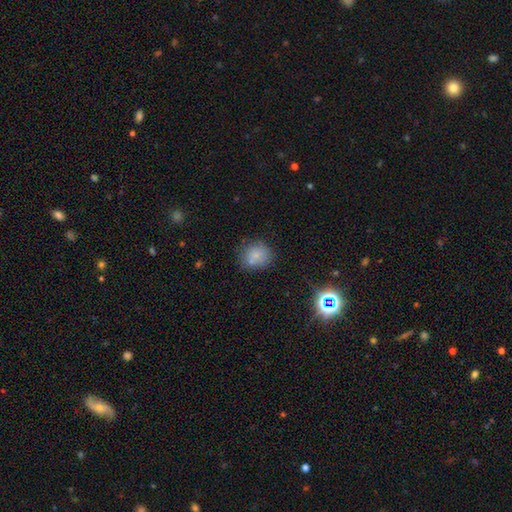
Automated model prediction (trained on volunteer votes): Smooth or featured: smooth — 78% (star or artifact — 12%)
How rounded: round — 80% (in between — 19%)
Merging: none — 67% (minor disturbance — 15%)